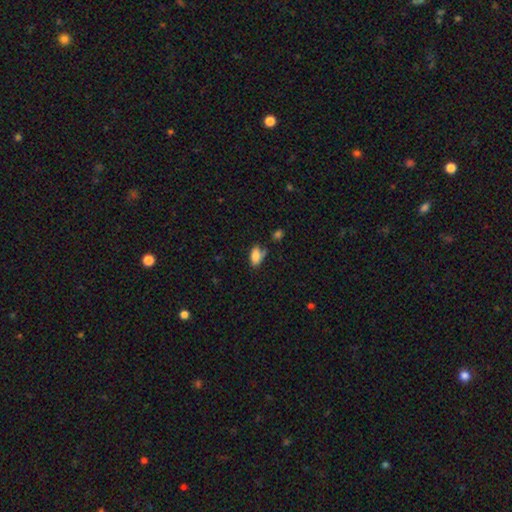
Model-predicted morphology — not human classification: This appears to be a smooth galaxy with no disk features (81%) that is in between round and cigar-shaped (90%). Merging: none (49%).